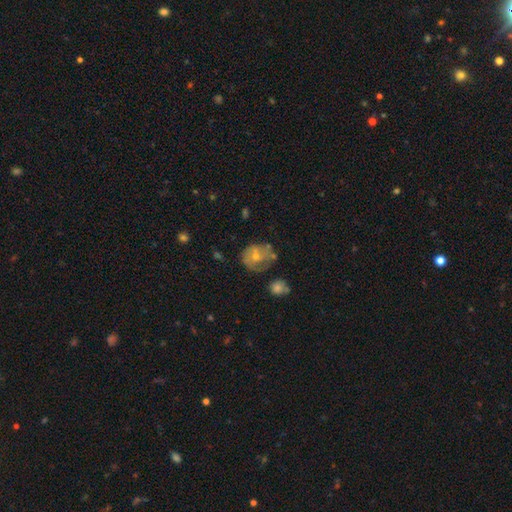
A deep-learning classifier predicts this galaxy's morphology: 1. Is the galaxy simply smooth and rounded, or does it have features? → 51% smooth, 41% featured or disk, 8% star or artifact.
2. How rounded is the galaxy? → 69% round, 30% in between, 1% cigar-shaped.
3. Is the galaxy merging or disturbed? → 44% none, 29% minor disturbance, 17% major disturbance, 9% merger.